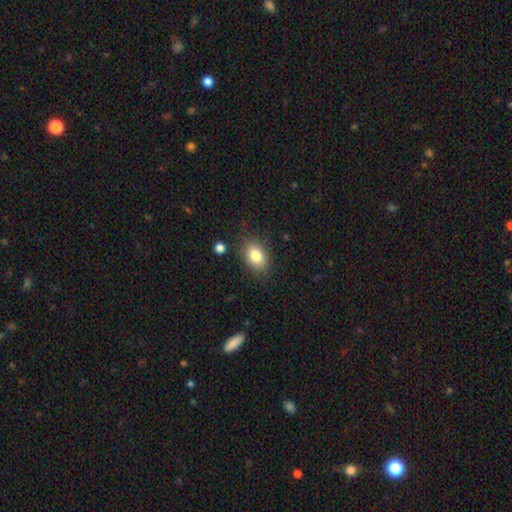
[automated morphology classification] A smooth galaxy with no disk features (82%) that is in between round and cigar-shaped (80%).

Vote fractions:
- Smooth or featured? smooth: 82% / featured or disk: 9% / star or artifact: 9%
- How rounded? in between: 80% / round: 18% / cigar-shaped: 1%
- Merging? none: 82% / minor disturbance: 12% / major disturbance: 3% / merger: 2%